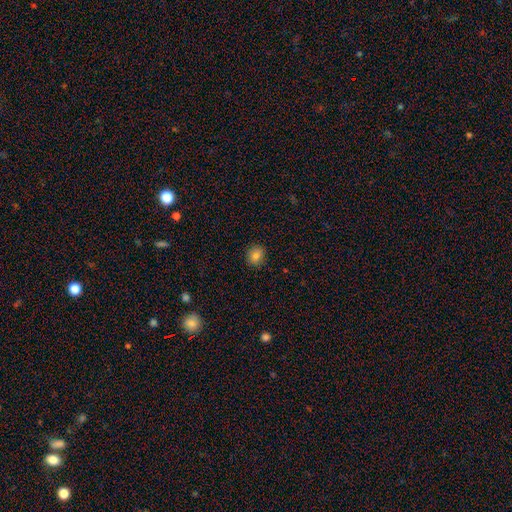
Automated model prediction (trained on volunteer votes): smooth_or_featured: smooth (p=0.82) [alt: star or artifact p=0.11]
how_rounded: round (p=0.75) [alt: in between p=0.24]
merging: none (p=0.90) [alt: minor disturbance p=0.07]